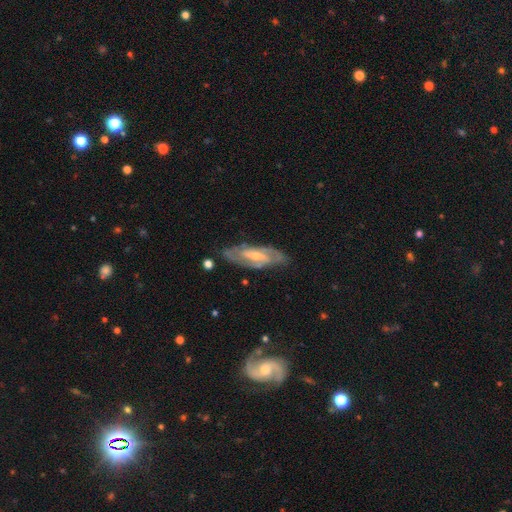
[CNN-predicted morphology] This is clearly a featured or disk galaxy (81%). It is clearly not viewed edge-on (85%). Bar: possibly weak (46%). Spiral arm pattern: clearly yes (91%). Spiral arm count: likely 2 (68%). Spiral winding: marginally tight (43%, tied with medium). Central bulge: possibly small (52%). Merging: likely none (78%).